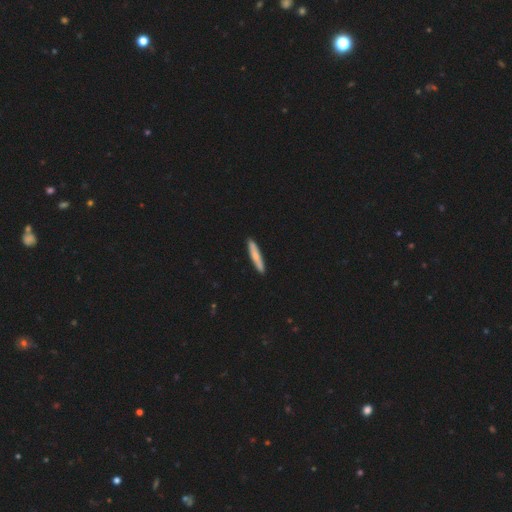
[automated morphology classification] A smooth galaxy with no disk features (69%) that is cigar-shaped (93%).

Vote fractions:
- Smooth or featured? smooth: 69% / featured or disk: 26% / star or artifact: 5%
- How rounded? cigar-shaped: 93% / in between: 6% / round: 1%
- Merging? none: 91% / minor disturbance: 6% / merger: 1% / major disturbance: 1%